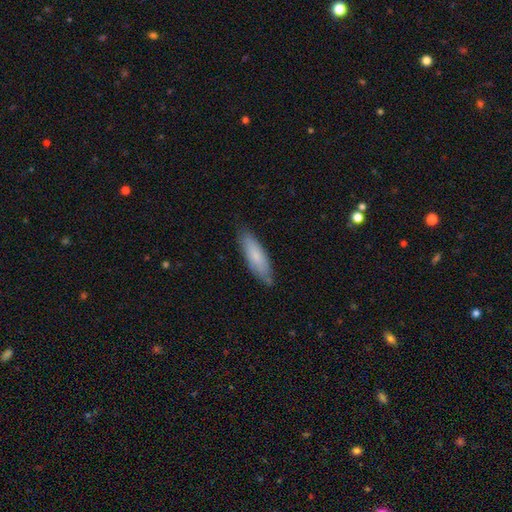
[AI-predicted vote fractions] Smooth or featured?
  - smooth: 74% *
  - featured or disk: 20%
  - star or artifact: 6%
How rounded?
  - cigar-shaped: 55% *
  - in between: 43%
  - round: 2%
Merging?
  - none: 80% *
  - minor disturbance: 16%
  - major disturbance: 2%
  - merger: 1%